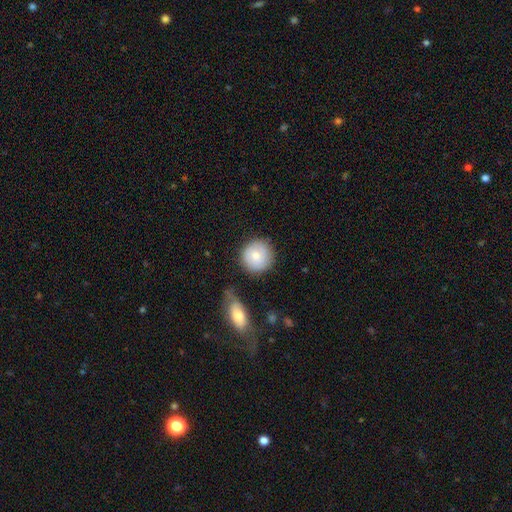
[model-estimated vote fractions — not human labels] smooth 78%, featured or disk 16%, star or artifact 7%. Down the decision tree: how rounded — round (93%); merging — none (77%).